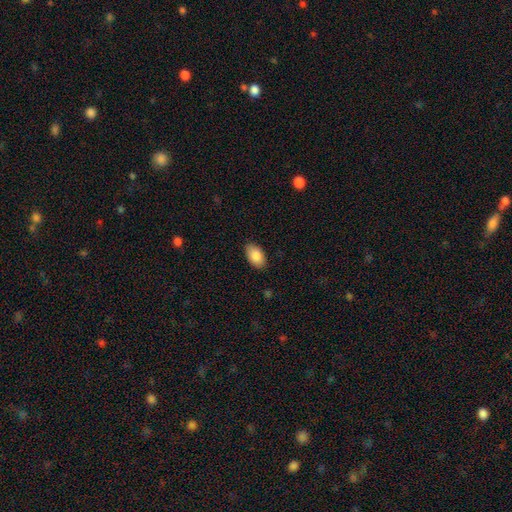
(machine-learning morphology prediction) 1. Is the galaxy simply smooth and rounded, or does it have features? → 86% smooth, 8% featured or disk, 7% star or artifact.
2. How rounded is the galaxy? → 94% in between, 5% round, 1% cigar-shaped.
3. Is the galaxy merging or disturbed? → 87% none, 10% minor disturbance, 2% major disturbance, 1% merger.